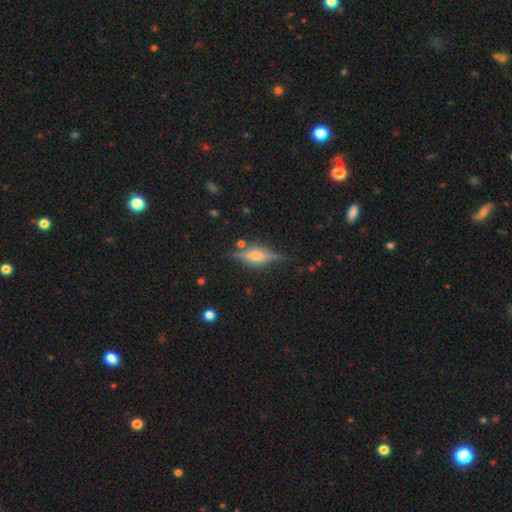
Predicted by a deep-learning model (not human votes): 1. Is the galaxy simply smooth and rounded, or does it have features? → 70% featured or disk, 22% smooth, 9% star or artifact.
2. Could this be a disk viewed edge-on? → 95% yes, 5% no.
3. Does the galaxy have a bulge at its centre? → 76% rounded, 20% boxy, 4% none.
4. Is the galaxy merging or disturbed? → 80% none, 14% minor disturbance, 4% major disturbance, 3% merger.